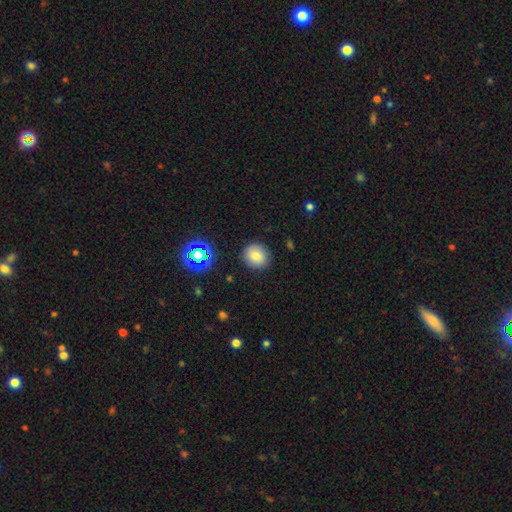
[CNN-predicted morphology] A smooth galaxy with no disk features (76%) that is round (81%).

Vote fractions:
- Smooth or featured? smooth: 76% / star or artifact: 14% / featured or disk: 10%
- How rounded? round: 81% / in between: 18% / cigar-shaped: 1%
- Merging? none: 88% / minor disturbance: 8% / major disturbance: 2% / merger: 2%